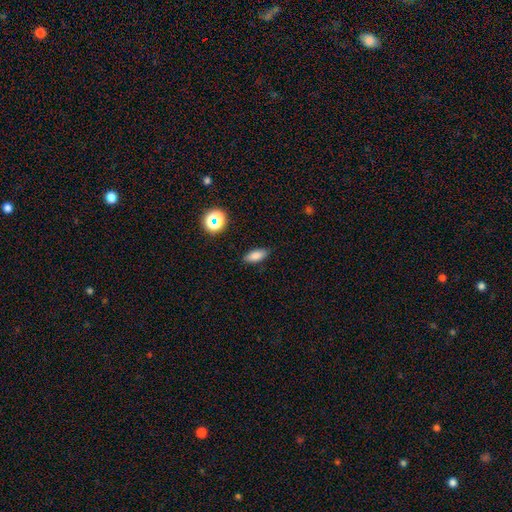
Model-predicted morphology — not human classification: A smooth galaxy with no disk features (82%) that is in between round and cigar-shaped (78%). Merging: none (86%).